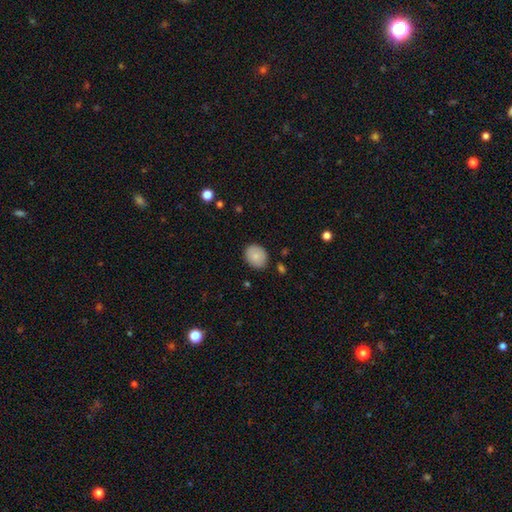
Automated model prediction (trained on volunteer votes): Smooth or featured?
  - smooth: 85% *
  - featured or disk: 8%
  - star or artifact: 7%
How rounded?
  - round: 55% *
  - in between: 44%
  - cigar-shaped: 1%
Merging?
  - none: 85% *
  - minor disturbance: 11%
  - major disturbance: 2%
  - merger: 2%